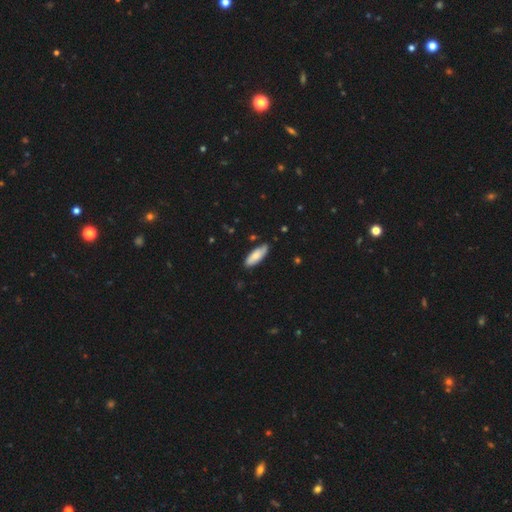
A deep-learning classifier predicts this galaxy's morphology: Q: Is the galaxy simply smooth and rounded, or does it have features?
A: smooth — 73%.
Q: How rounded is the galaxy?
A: in between — 65%.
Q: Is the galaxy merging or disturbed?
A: none — 79%.